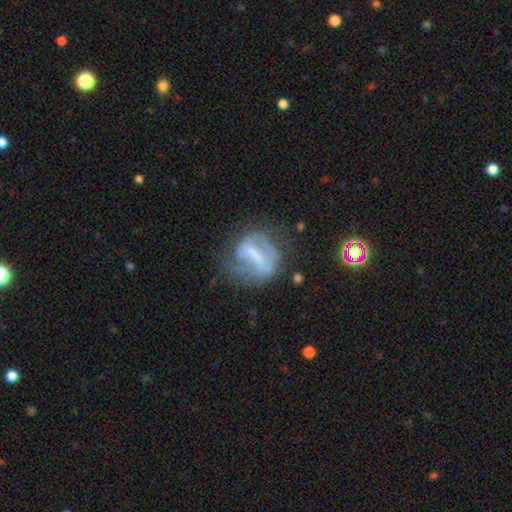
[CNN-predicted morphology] smooth-or-featured: featured or disk: 67% | smooth: 23% | star or artifact: 10%
  disk-edge-on: no: 94% | yes: 6%
    bar: strong: 56% | weak: 30% | no: 14%
    has-spiral-arms: yes: 56% | no: 44%
    bulge-size: small: 39% | none: 35% | moderate: 21% | large: 4% | dominant: 1%
  merging: none: 45% | major disturbance: 27% | minor disturbance: 24% | merger: 4%